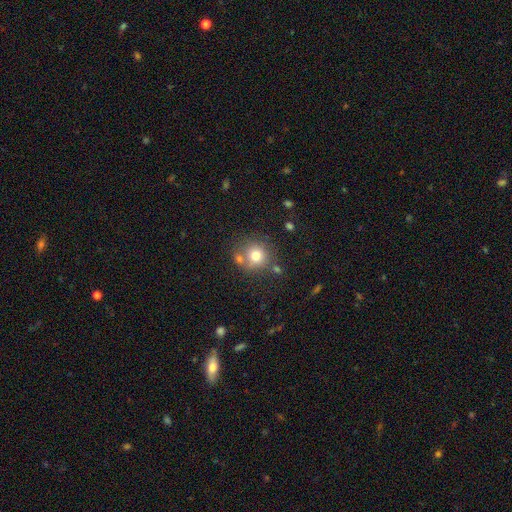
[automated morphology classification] Smooth or featured? Predicted: smooth (p=0.75). How rounded? Predicted: round (p=0.90). Merging? Predicted: none (p=0.64).